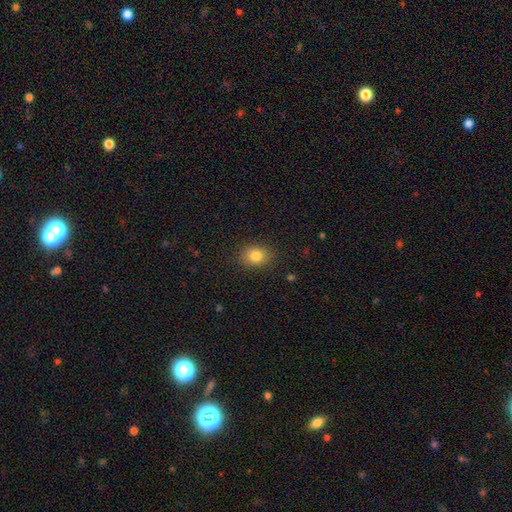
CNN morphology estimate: This is clearly a smooth galaxy (82%). How rounded: possibly in between (55%). Merging: clearly none (86%).